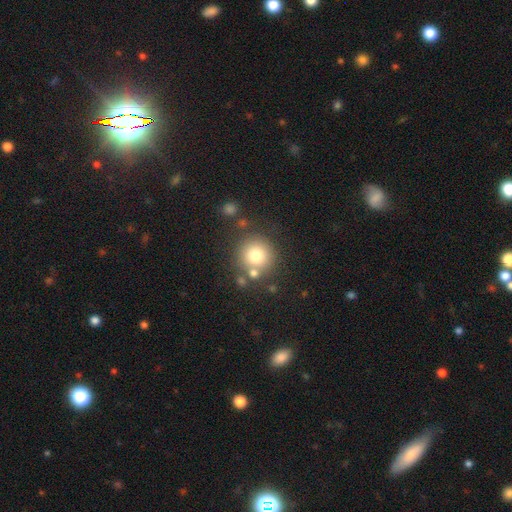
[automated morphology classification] type=smooth (76%); roundness=round (93%); merging=none (75%).